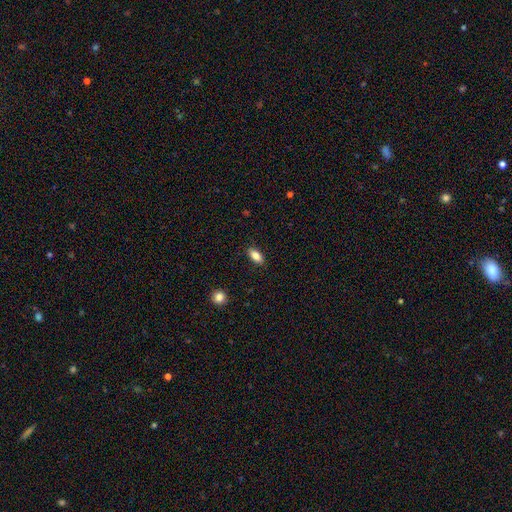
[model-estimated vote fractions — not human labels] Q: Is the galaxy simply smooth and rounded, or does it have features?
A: smooth — 83%.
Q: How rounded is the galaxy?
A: in between — 85%.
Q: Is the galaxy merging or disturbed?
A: none — 88%.